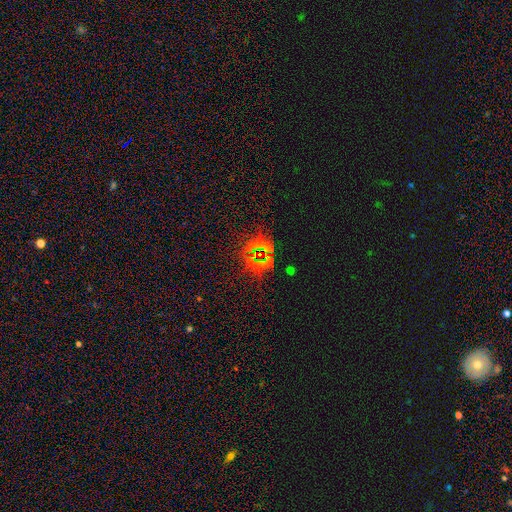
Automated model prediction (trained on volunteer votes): A star or artifact, not a galaxy (80%).